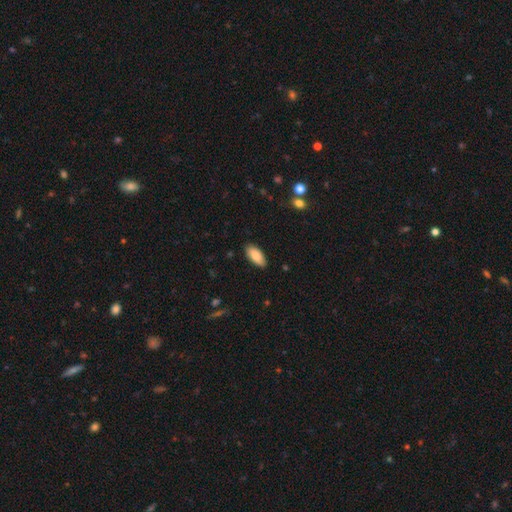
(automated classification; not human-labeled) Smooth or featured? Predicted: smooth (p=0.87). How rounded? Predicted: in between (p=0.88). Merging? Predicted: none (p=0.86).